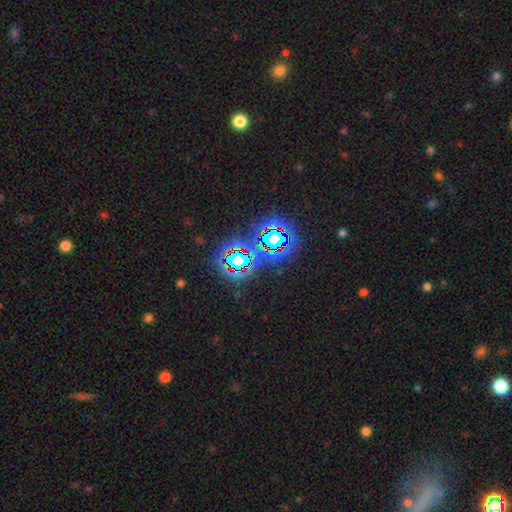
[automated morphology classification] type=star or artifact (75%).